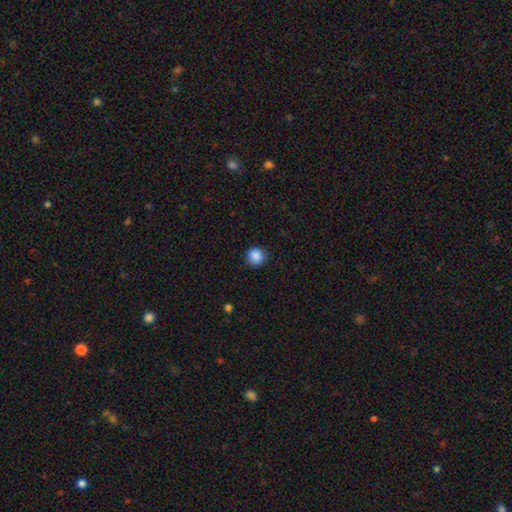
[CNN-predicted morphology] smooth_or_featured: smooth (p=0.87) [alt: star or artifact p=0.09]
how_rounded: round (p=0.93) [alt: in between p=0.07]
merging: none (p=0.88) [alt: minor disturbance p=0.09]